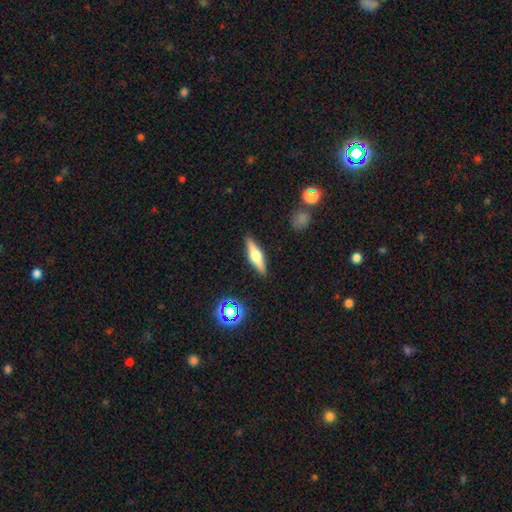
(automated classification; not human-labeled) Smooth or featured?
  - featured or disk: 57% *
  - smooth: 35%
  - star or artifact: 7%
Edge-on disk?
  - yes: 95% *
  - no: 5%
Edge-on bulge?
  - rounded: 93% *
  - boxy: 5%
  - none: 2%
Merging?
  - none: 89% *
  - minor disturbance: 8%
  - major disturbance: 2%
  - merger: 1%